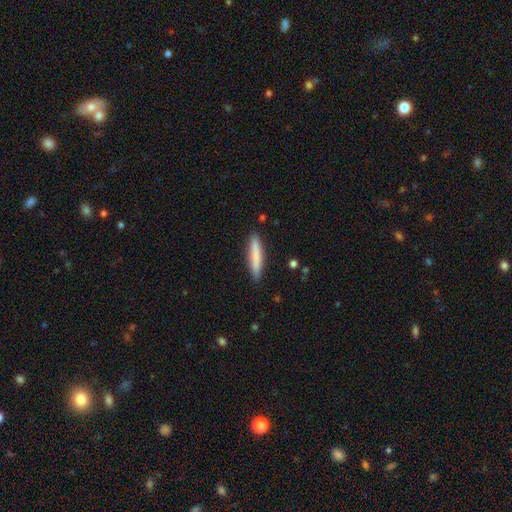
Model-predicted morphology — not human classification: Smooth or featured? Predicted: smooth (p=0.77). How rounded? Predicted: cigar-shaped (p=0.92). Merging? Predicted: none (p=0.88).